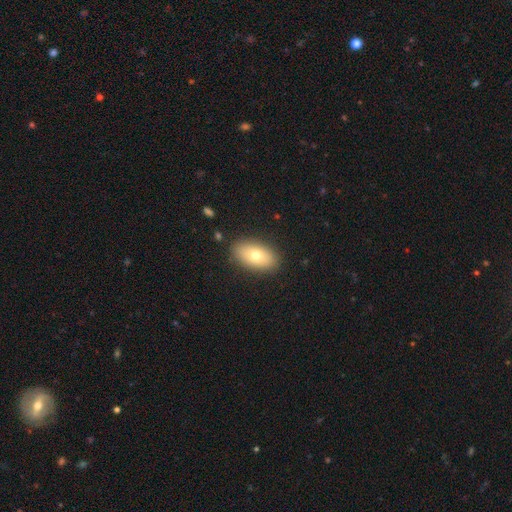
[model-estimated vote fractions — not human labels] A smooth galaxy with no disk features (71%) that is in between round and cigar-shaped (91%). Merging: none (87%).